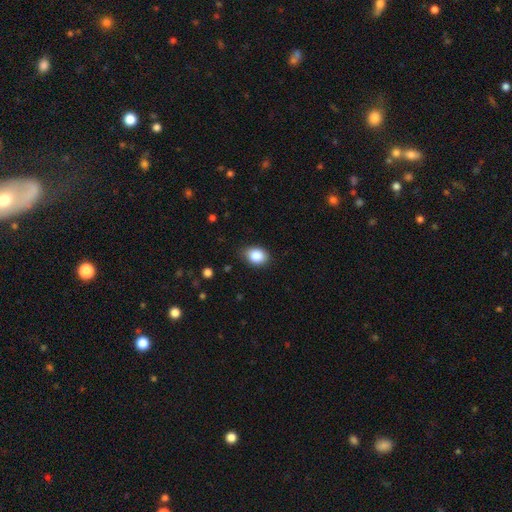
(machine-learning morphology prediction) Smooth or featured? Predicted: smooth (p=0.85). How rounded? Predicted: in between (p=0.65). Merging? Predicted: none (p=0.82).